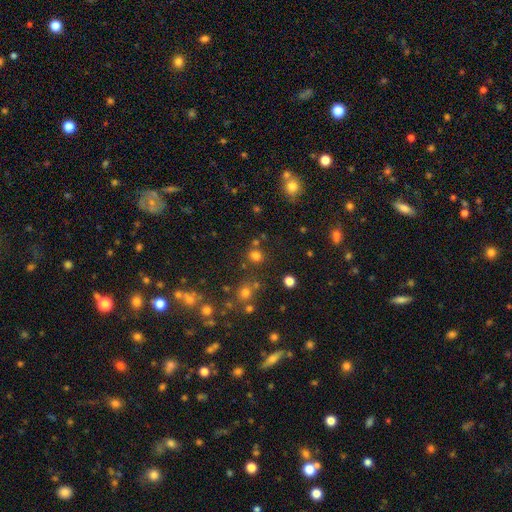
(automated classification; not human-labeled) The model was most divided on "smooth or featured": smooth: 73%, star or artifact: 20%, featured or disk: 6%. More confident: how rounded — round (83%); merging — none (78%).